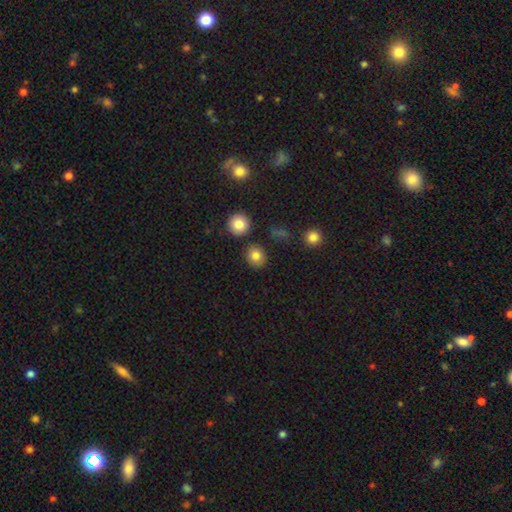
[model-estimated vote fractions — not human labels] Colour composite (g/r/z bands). It shows a smooth galaxy with no disk features (82%) that is round (79%). Merging: none (86%).